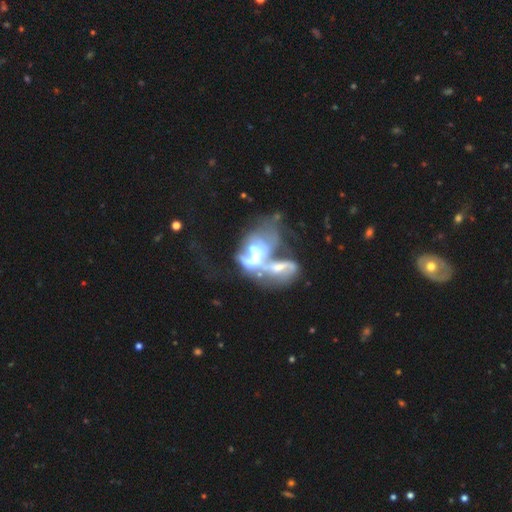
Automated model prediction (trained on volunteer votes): featured or disk 66%, smooth 22%, star or artifact 12%. Down the decision tree: edge-on disk — no (96%); bar — no (65%); spiral arms — no (63%); bulge size — moderate (35%); merging — merger (71%).